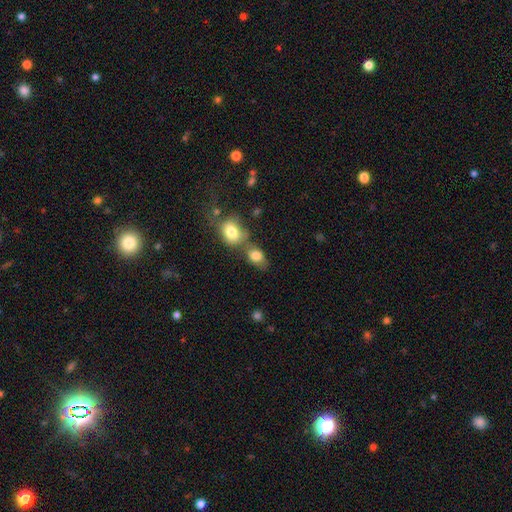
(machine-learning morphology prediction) Smooth or featured? smooth (81%)
How rounded? in between (74%)
Merging? none (44%)